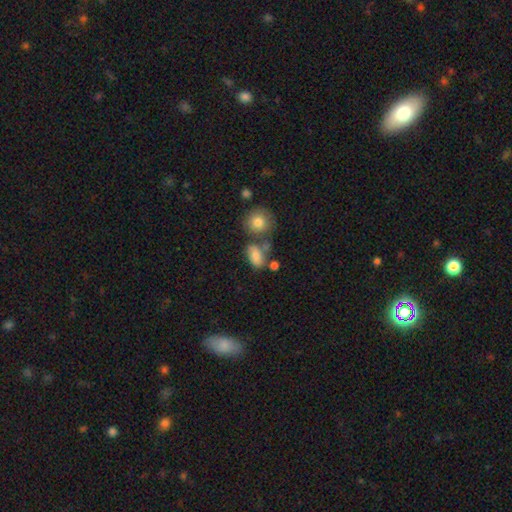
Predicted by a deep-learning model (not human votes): A smooth galaxy with no disk features (77%) that is in between round and cigar-shaped (82%). Merging: none (43%).